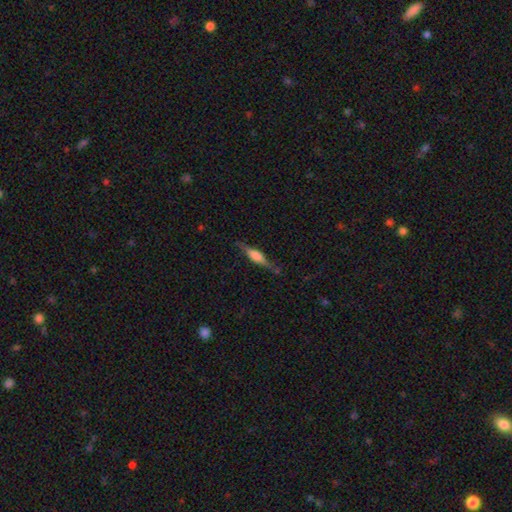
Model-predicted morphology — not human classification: Smooth or featured?
  - featured or disk: 56% *
  - smooth: 37%
  - star or artifact: 7%
Edge-on disk?
  - yes: 92% *
  - no: 8%
Edge-on bulge?
  - rounded: 62% *
  - boxy: 31%
  - none: 7%
Merging?
  - none: 75% *
  - minor disturbance: 18%
  - major disturbance: 5%
  - merger: 2%